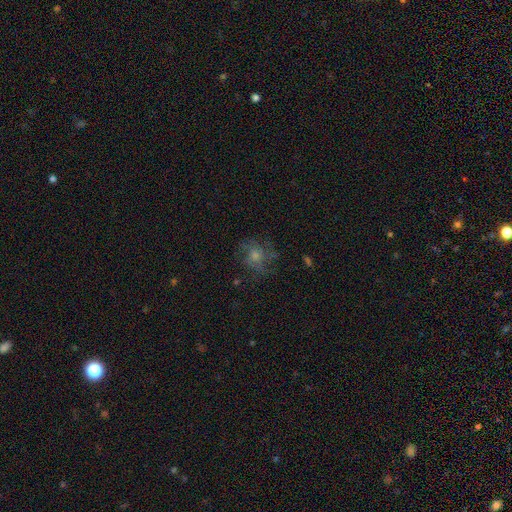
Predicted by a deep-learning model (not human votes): This appears to be a smooth galaxy with no disk features (47%). Merging: none (61%).